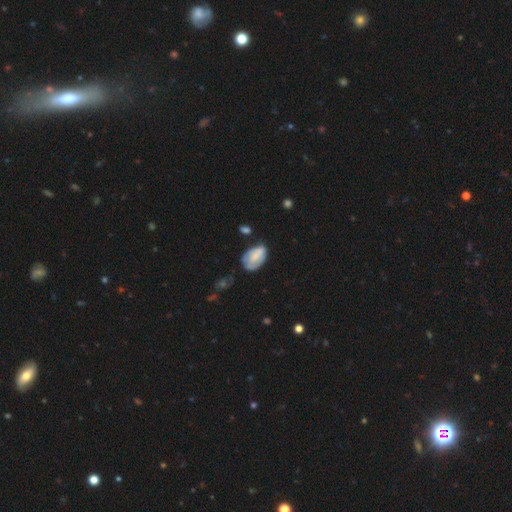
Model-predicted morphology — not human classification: Smooth or featured: smooth — 61% (featured or disk — 31%)
How rounded: in between — 87% (round — 11%)
Merging: none — 46% (minor disturbance — 36%)